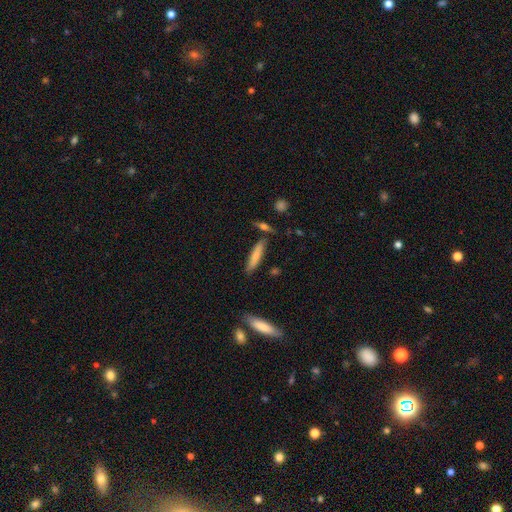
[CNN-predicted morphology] The model was most divided on "smooth or featured": smooth: 75%, featured or disk: 19%, star or artifact: 6%. More confident: how rounded — cigar-shaped (83%); merging — none (78%).